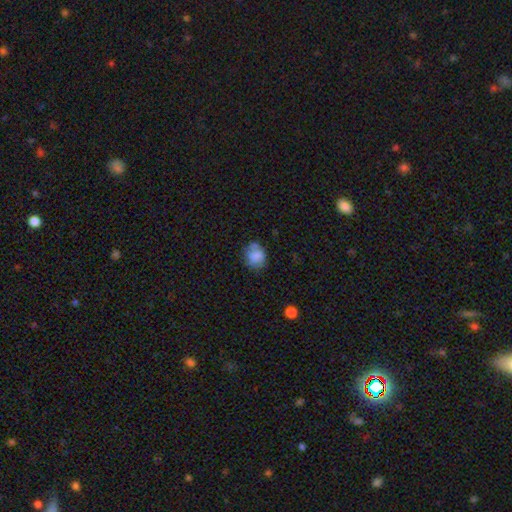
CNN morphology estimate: Overall: smooth (73%). How rounded: round (63%; in between 36%). Merging: none (58%; minor disturbance 26%).